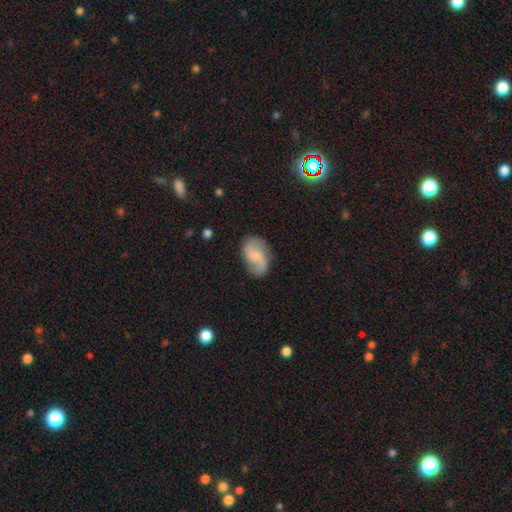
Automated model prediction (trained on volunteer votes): This is likely a featured or disk galaxy (71%). It is clearly not viewed edge-on (98%). Bar: possibly no (46%). Spiral arm pattern: clearly yes (94%). Spiral arm count: clearly 2 (91%). Spiral winding: possibly loose (59%). Central bulge: possibly small (51%). Merging: clearly none (80%).